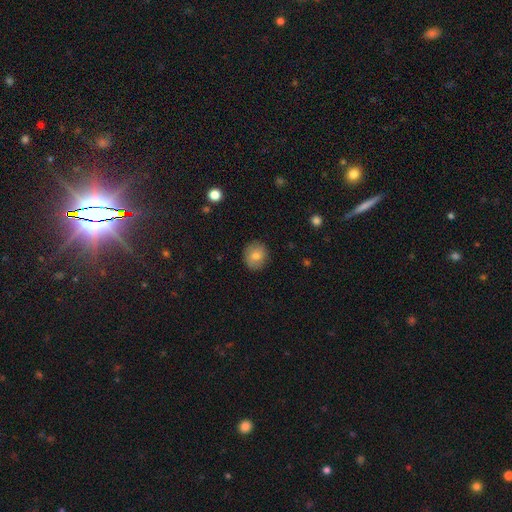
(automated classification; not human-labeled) smooth_or_featured: smooth (p=0.75) [alt: featured or disk p=0.16]
how_rounded: round (p=0.80) [alt: in between p=0.19]
merging: none (p=0.88) [alt: minor disturbance p=0.09]